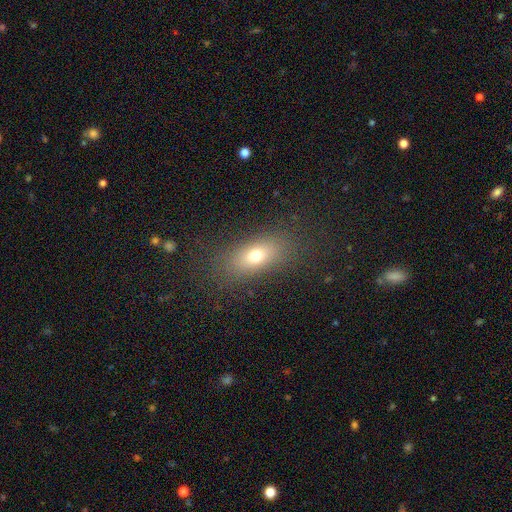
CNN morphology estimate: smooth 70%, featured or disk 17%, star or artifact 13%. Down the decision tree: how rounded — in between (77%); merging — none (81%).